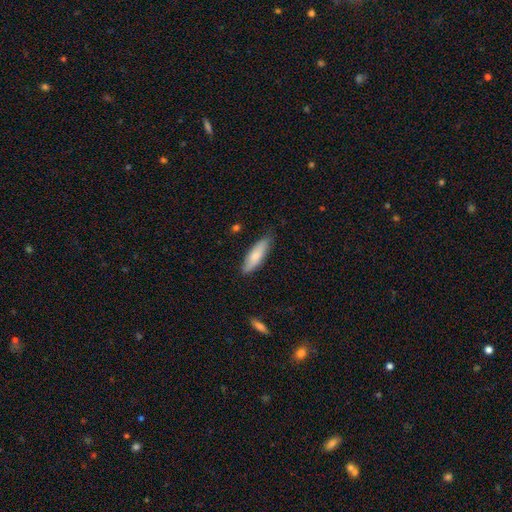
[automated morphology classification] Smooth or featured? smooth (77%)
How rounded? cigar-shaped (57%)
Merging? none (80%)